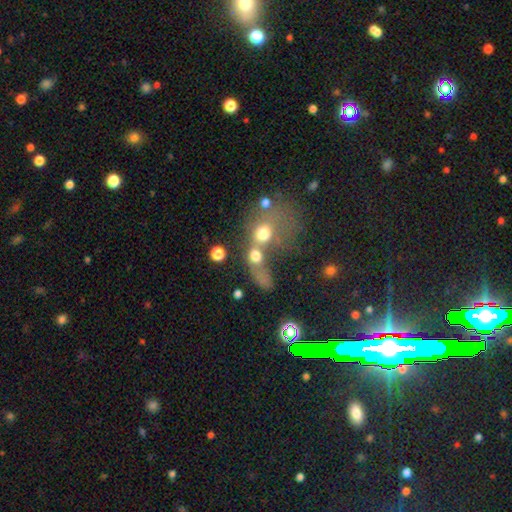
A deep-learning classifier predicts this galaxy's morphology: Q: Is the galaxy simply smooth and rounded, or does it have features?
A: smooth — 65%.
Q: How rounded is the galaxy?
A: round — 60%.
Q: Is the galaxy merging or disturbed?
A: merger — 63%.